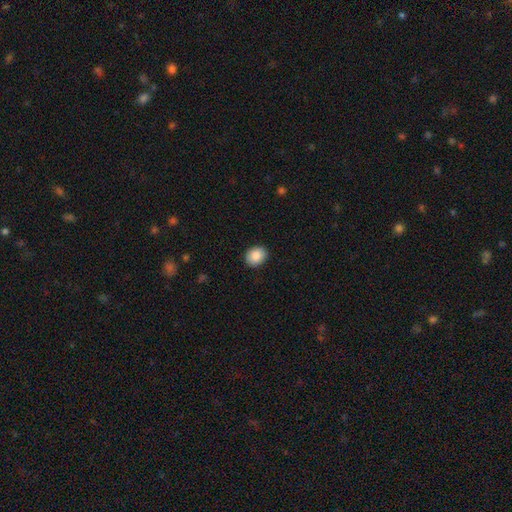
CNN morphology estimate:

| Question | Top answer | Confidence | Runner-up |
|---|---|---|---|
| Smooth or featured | smooth | 86% | star or artifact (8%) |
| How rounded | round | 54% | in between (46%) |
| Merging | none | 91% | minor disturbance (7%) |